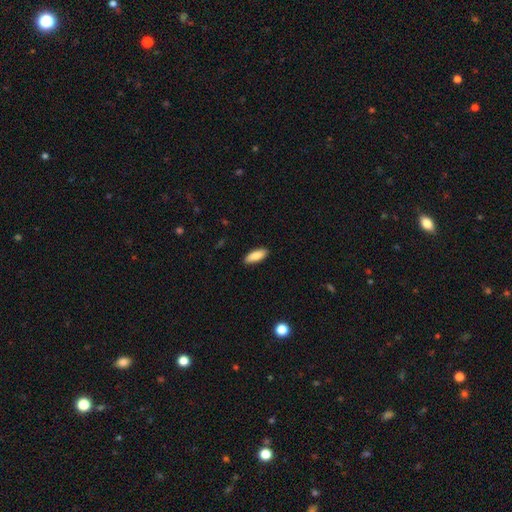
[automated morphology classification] Smooth or featured: smooth — 87% (featured or disk — 8%)
How rounded: in between — 70% (cigar-shaped — 28%)
Merging: none — 88% (minor disturbance — 9%)